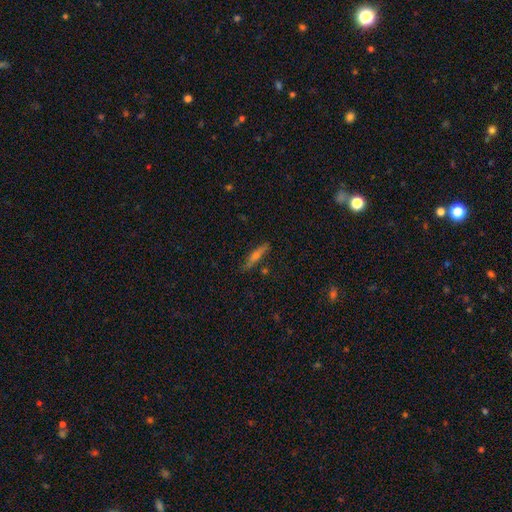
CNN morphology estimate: Smooth or featured? featured or disk (51%)
Edge-on disk? yes (92%)
Merging? none (85%)